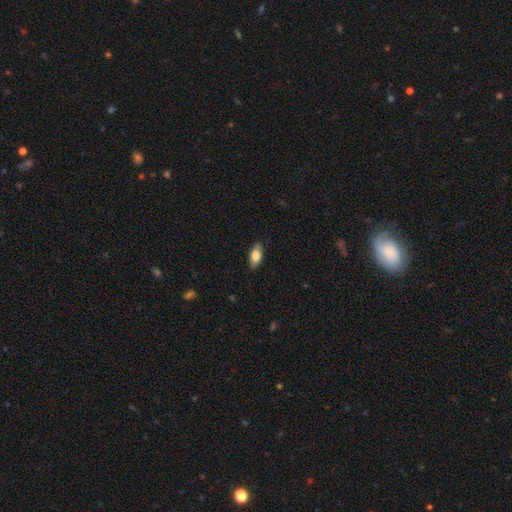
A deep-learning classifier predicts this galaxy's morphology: A smooth galaxy with no disk features (79%) that is in between round and cigar-shaped (86%).

Vote fractions:
- Smooth or featured? smooth: 79% / featured or disk: 15% / star or artifact: 7%
- How rounded? in between: 86% / cigar-shaped: 11% / round: 3%
- Merging? none: 86% / minor disturbance: 11% / major disturbance: 2% / merger: 1%